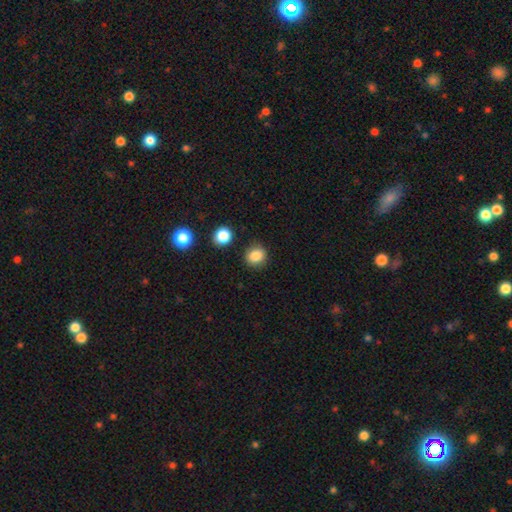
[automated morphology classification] type=smooth (86%); roundness=round (78%); merging=none (85%).